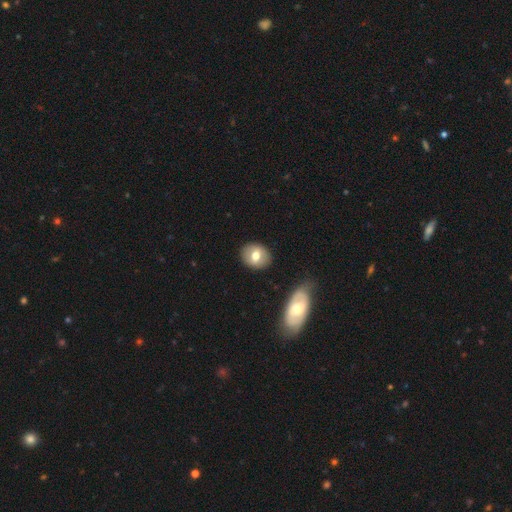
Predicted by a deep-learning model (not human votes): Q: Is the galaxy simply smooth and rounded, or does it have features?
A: smooth — 67%.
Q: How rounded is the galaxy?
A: round — 55%.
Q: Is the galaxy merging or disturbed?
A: none — 85%.